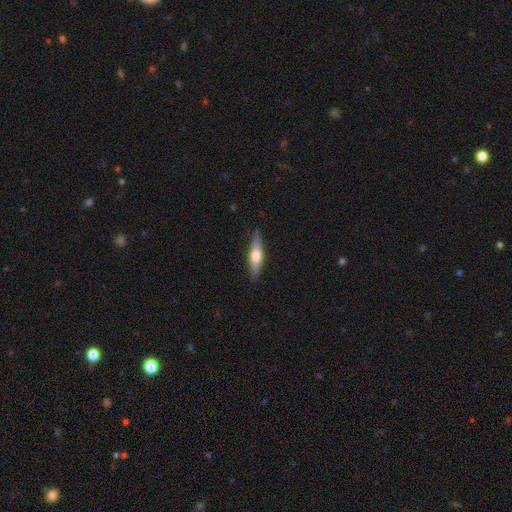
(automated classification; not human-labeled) This appears to be a smooth galaxy with no disk features (48%). Merging: none (87%).